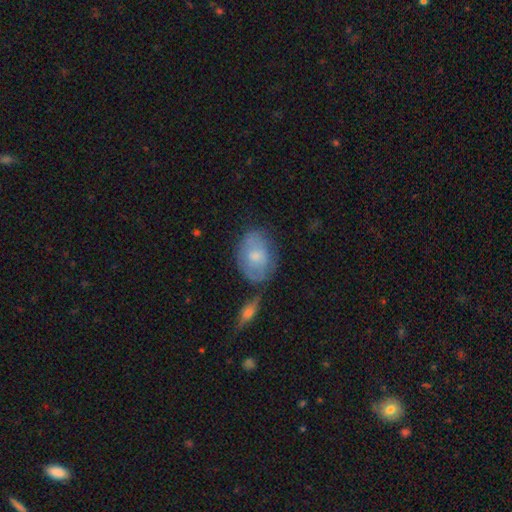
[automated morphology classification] This appears to be a smooth galaxy with no disk features (58%) that is in between round and cigar-shaped (78%). Merging: none (58%).